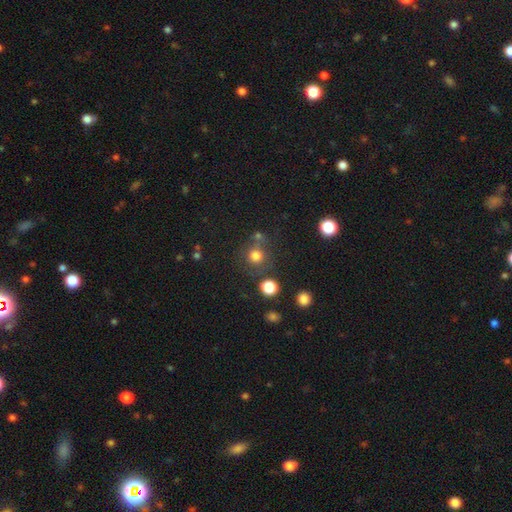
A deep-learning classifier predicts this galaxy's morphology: smooth 76%, star or artifact 16%, featured or disk 8%. Down the decision tree: how rounded — round (91%); merging — none (70%).